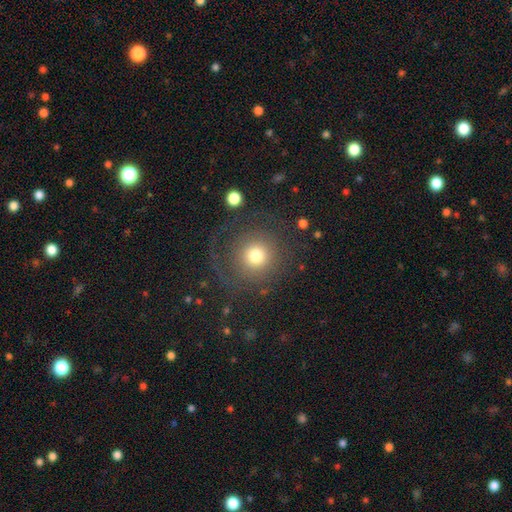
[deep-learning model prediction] This appears to be a smooth galaxy with no disk features (63%) that is round (93%). Merging: none (70%).